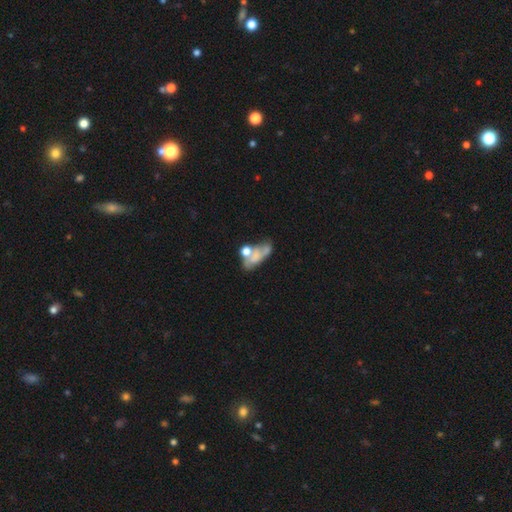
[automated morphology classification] Smooth or featured?
  - featured or disk: 45% *
  - smooth: 42%
  - star or artifact: 14%
Merging?
  - merger: 34% *
  - major disturbance: 26%
  - none: 23%
  - minor disturbance: 17%